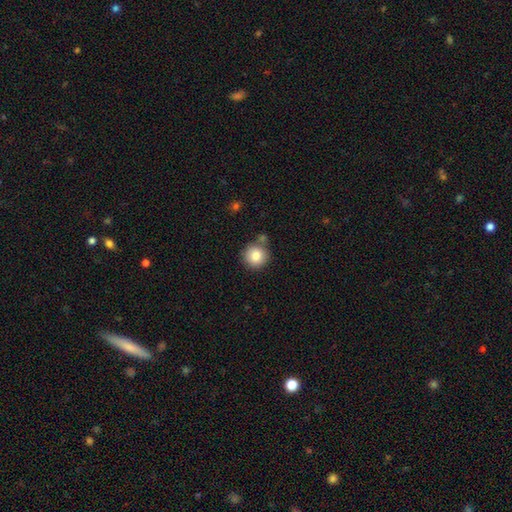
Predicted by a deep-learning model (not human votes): A smooth galaxy with no disk features (83%) that is round (94%).

Vote fractions:
- Smooth or featured? smooth: 83% / star or artifact: 9% / featured or disk: 8%
- How rounded? round: 94% / in between: 5% / cigar-shaped: 1%
- Merging? none: 75% / merger: 12% / minor disturbance: 10% / major disturbance: 3%